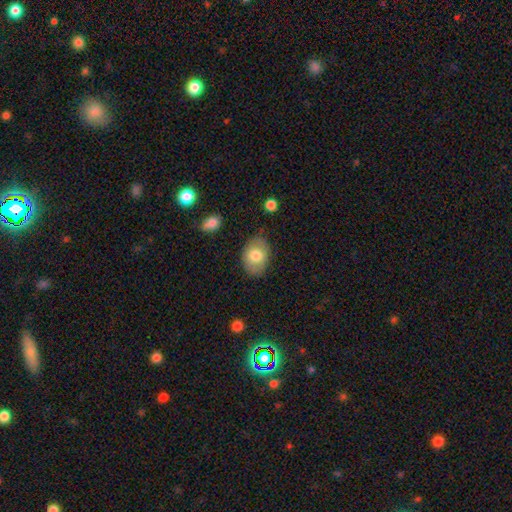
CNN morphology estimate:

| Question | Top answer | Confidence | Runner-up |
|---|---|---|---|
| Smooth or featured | smooth | 76% | featured or disk (17%) |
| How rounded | in between | 79% | round (20%) |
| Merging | none | 78% | minor disturbance (16%) |